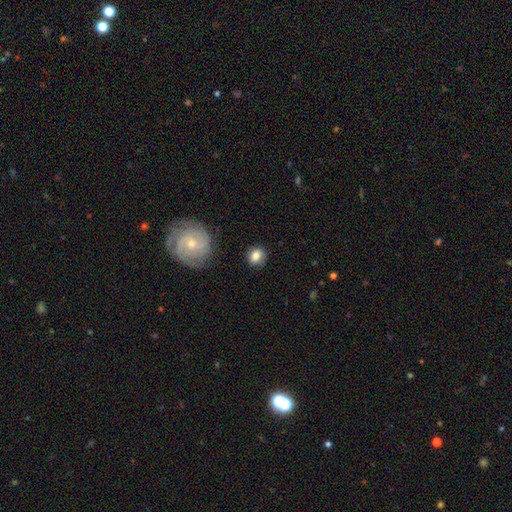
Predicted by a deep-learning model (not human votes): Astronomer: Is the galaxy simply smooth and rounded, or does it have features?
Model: smooth — 79%.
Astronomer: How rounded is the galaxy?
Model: round — 65%.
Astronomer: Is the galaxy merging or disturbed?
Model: none — 82%.